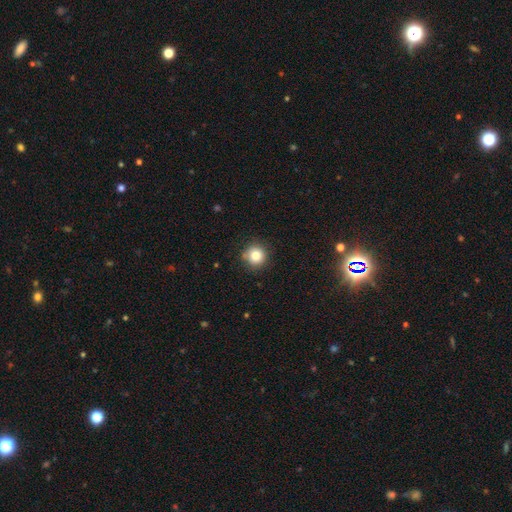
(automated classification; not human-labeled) The model was most divided on "smooth or featured": smooth: 81%, star or artifact: 11%, featured or disk: 7%. More confident: how rounded — round (94%); merging — none (86%).